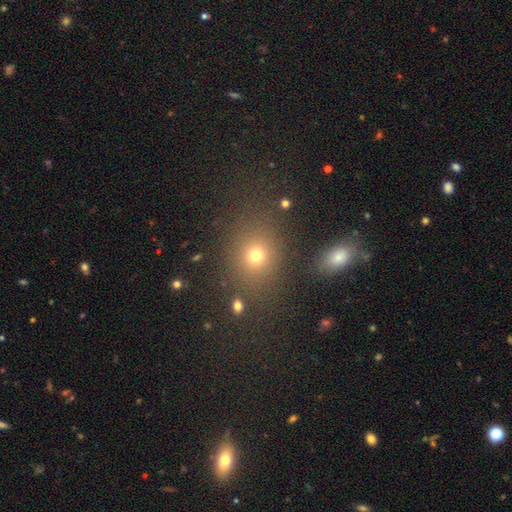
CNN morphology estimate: A smooth galaxy with no disk features (72%) that is round (64%).

Vote fractions:
- Smooth or featured? smooth: 72% / star or artifact: 19% / featured or disk: 9%
- How rounded? round: 64% / in between: 34% / cigar-shaped: 2%
- Merging? none: 78% / minor disturbance: 11% / merger: 6% / major disturbance: 5%